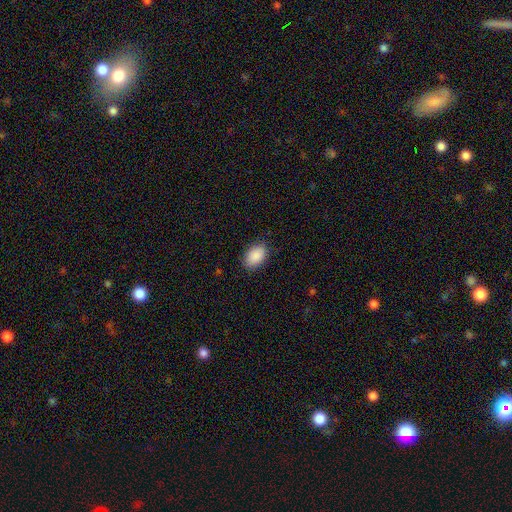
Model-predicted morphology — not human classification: Q: Smooth or featured?
A: smooth (89%); runner-up: star or artifact (7%)
Q: How rounded?
A: in between (89%); runner-up: round (9%)
Q: Merging?
A: none (83%); runner-up: minor disturbance (13%)